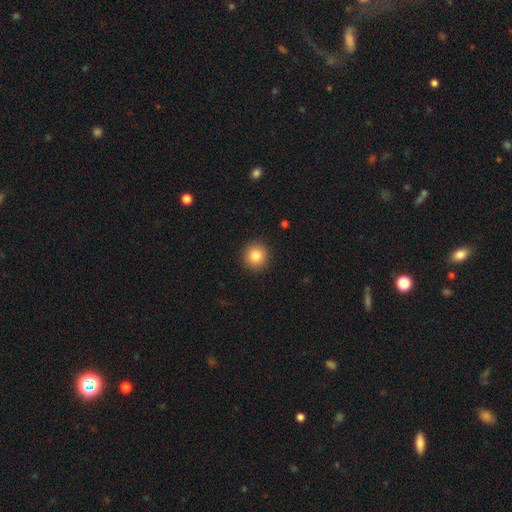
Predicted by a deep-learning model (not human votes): smooth-or-featured: smooth: 83% | star or artifact: 10% | featured or disk: 7%
  how-rounded: round: 93% | in between: 6% | cigar-shaped: 1%
  merging: none: 92% | minor disturbance: 5% | major disturbance: 2% | merger: 1%